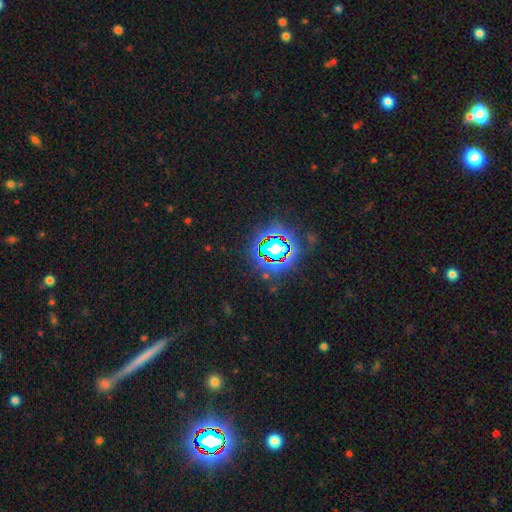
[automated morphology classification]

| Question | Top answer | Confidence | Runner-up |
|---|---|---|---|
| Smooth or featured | star or artifact | 78% | smooth (13%) |